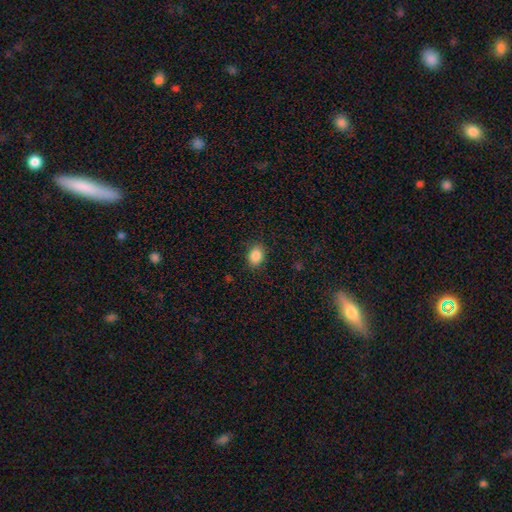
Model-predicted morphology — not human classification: The model was most divided on "how rounded": in between: 61%, round: 38%, cigar-shaped: 1%. More confident: smooth or featured — smooth (87%); merging — none (87%).